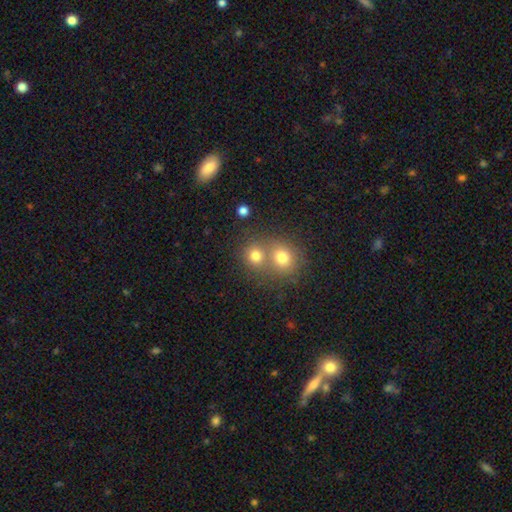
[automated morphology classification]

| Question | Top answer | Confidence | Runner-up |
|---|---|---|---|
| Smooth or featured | smooth | 76% | star or artifact (14%) |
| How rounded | round | 83% | in between (16%) |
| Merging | merger | 47% | none (45%) |